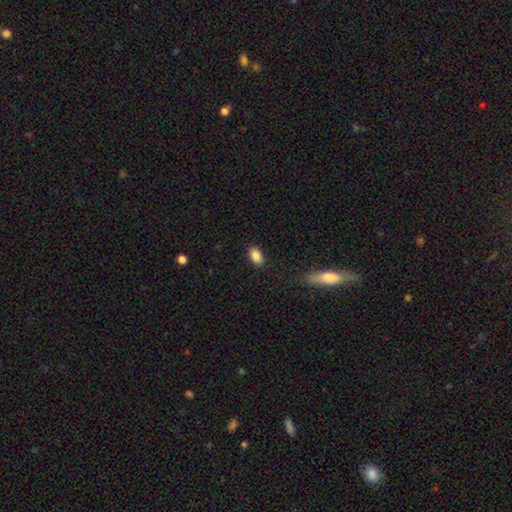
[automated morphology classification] This appears to be a smooth galaxy with no disk features (88%) that is in between round and cigar-shaped (88%). Merging: none (88%).